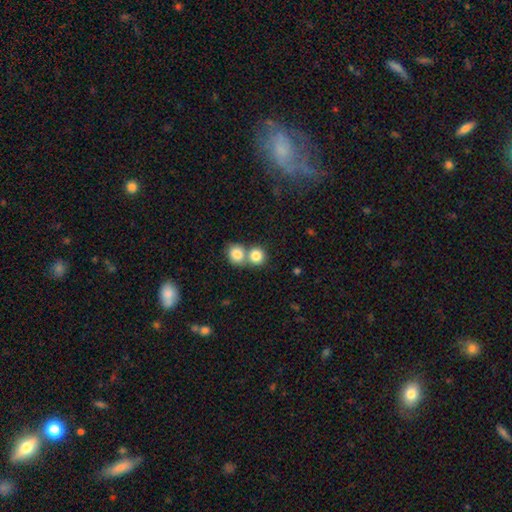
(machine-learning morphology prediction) The model was most divided on "merging": merger: 53%, none: 39%, minor disturbance: 6%, major disturbance: 2%. More confident: smooth or featured — smooth (83%); how rounded — round (82%).